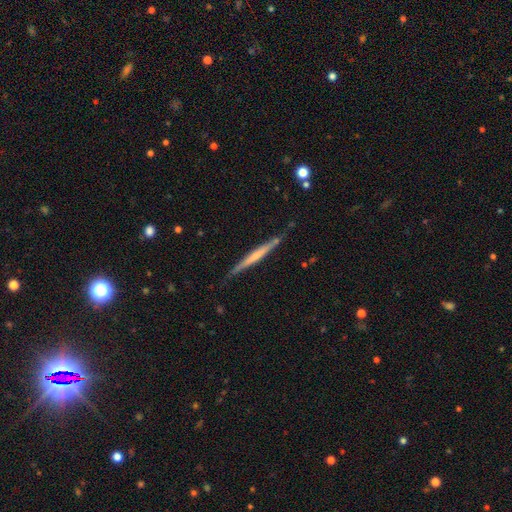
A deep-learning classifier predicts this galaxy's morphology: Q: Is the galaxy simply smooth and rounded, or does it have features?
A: featured or disk — 57%.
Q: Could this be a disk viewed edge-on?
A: yes — 97%.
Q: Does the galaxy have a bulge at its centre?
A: none — 67%.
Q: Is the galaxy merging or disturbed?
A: none — 83%.